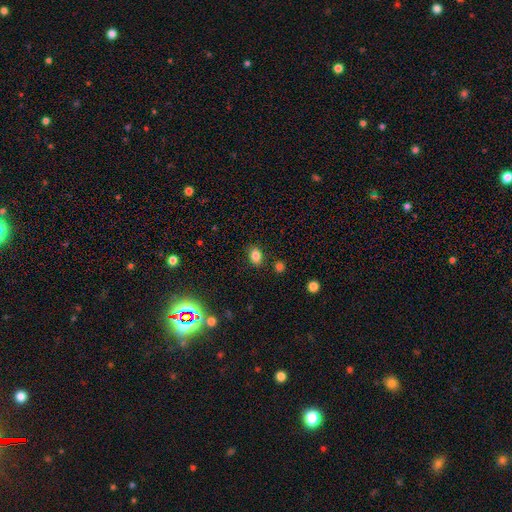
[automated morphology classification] Smooth or featured?
  - smooth: 82% *
  - star or artifact: 12%
  - featured or disk: 6%
How rounded?
  - in between: 68% *
  - round: 31%
  - cigar-shaped: 1%
Merging?
  - none: 84% *
  - minor disturbance: 10%
  - merger: 3%
  - major disturbance: 3%